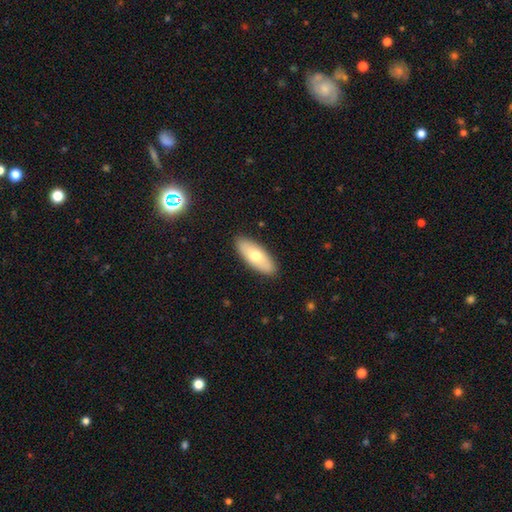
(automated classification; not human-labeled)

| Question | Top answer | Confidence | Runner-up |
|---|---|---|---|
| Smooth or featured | smooth | 68% | featured or disk (26%) |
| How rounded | in between | 77% | cigar-shaped (20%) |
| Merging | none | 89% | minor disturbance (8%) |